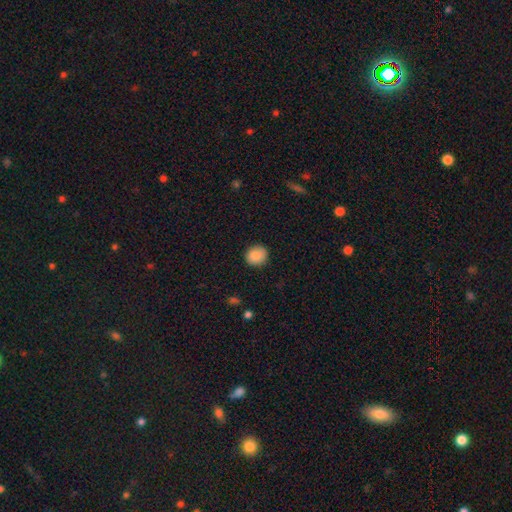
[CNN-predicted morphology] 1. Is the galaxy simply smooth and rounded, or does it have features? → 86% smooth, 8% star or artifact, 6% featured or disk.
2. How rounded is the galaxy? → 88% round, 11% in between, 1% cigar-shaped.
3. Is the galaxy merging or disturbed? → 89% none, 8% minor disturbance, 2% major disturbance, 1% merger.